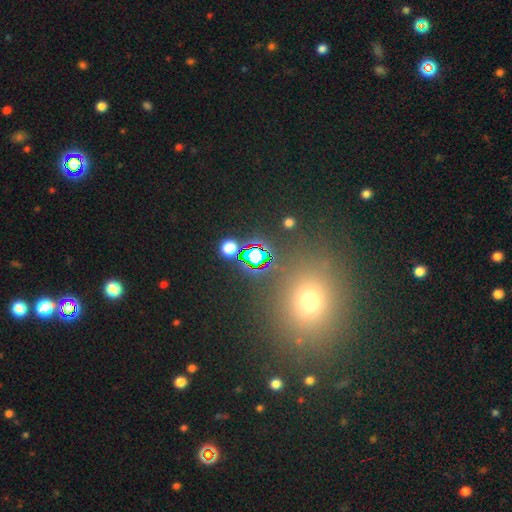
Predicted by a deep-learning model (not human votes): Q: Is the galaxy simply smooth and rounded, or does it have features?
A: star or artifact — 63%.